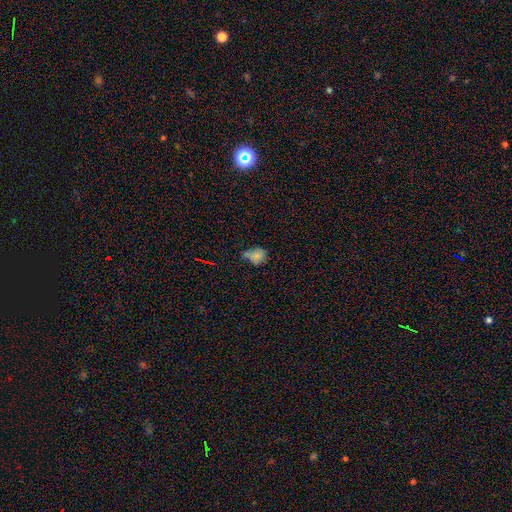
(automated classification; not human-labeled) This is likely a smooth galaxy (74%). How rounded: possibly round (53%). Merging: marginally none (40%).